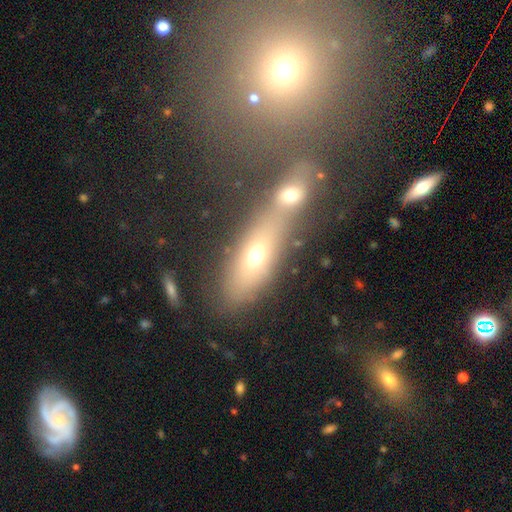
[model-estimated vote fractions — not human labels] smooth 52%, featured or disk 30%, star or artifact 18%. Down the decision tree: how rounded — in between (59%); merging — none (54%).